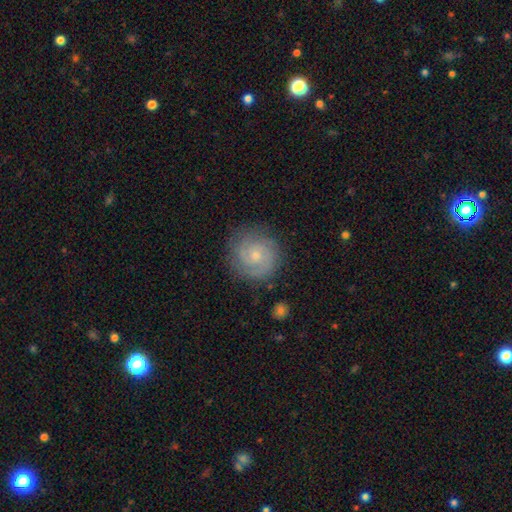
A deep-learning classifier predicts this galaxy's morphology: smooth_or_featured: featured or disk (p=0.79) [alt: smooth p=0.14]
disk_edge_on: no (p=0.98) [alt: yes p=0.02]
bar: no (p=0.74) [alt: weak p=0.23]
has_spiral_arms: yes (p=0.96) [alt: no p=0.04]
spiral_winding: tight (p=0.69) [alt: medium p=0.26]
spiral_arm_count: 2 (p=0.55) [alt: 3 p=0.17]
bulge_size: small (p=0.70) [alt: moderate p=0.26]
merging: none (p=0.84) [alt: minor disturbance p=0.11]